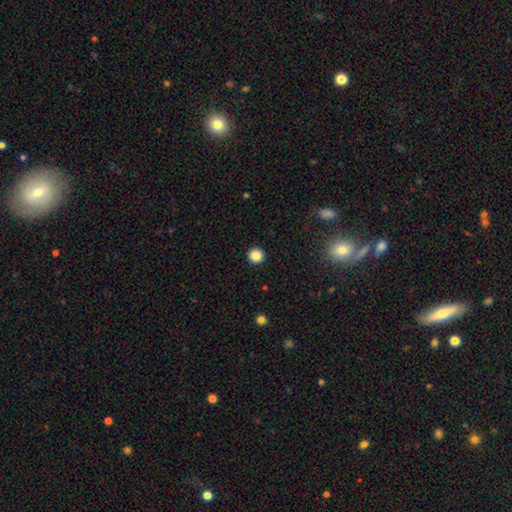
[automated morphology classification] smooth-or-featured: smooth: 85% | star or artifact: 11% | featured or disk: 3%
  how-rounded: round: 96% | in between: 3% | cigar-shaped: 1%
  merging: none: 93% | minor disturbance: 4% | major disturbance: 2% | merger: 1%